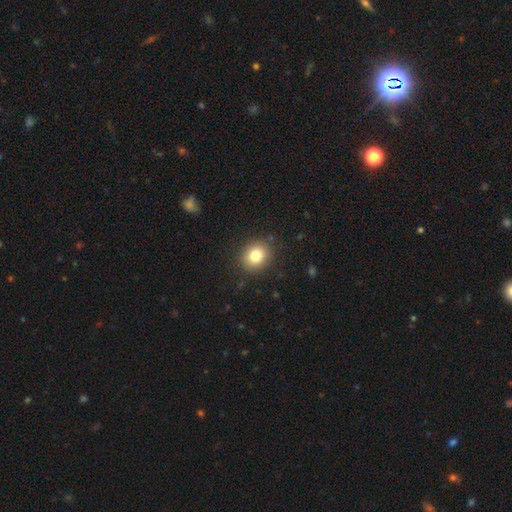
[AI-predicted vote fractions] Morphology: type=smooth (81%); roundness=round (68%); merging=none (88%).